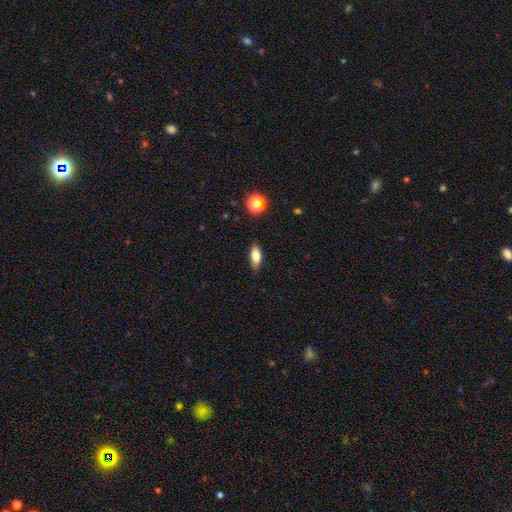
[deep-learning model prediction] Overall: smooth (78%). How rounded: in between (78%). Merging: none (84%).